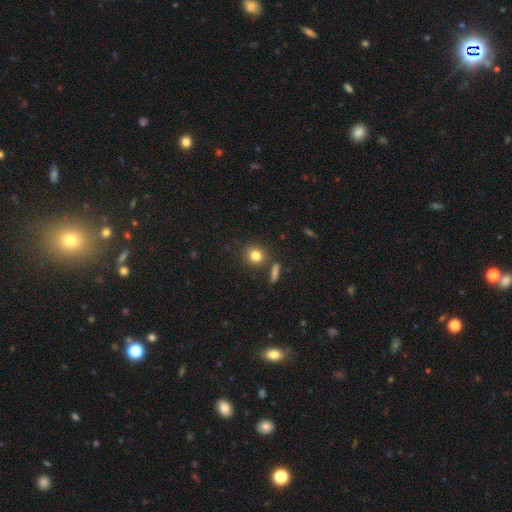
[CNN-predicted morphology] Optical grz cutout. It shows a smooth galaxy with no disk features (81%) that is round (84%). Merging: none (80%).